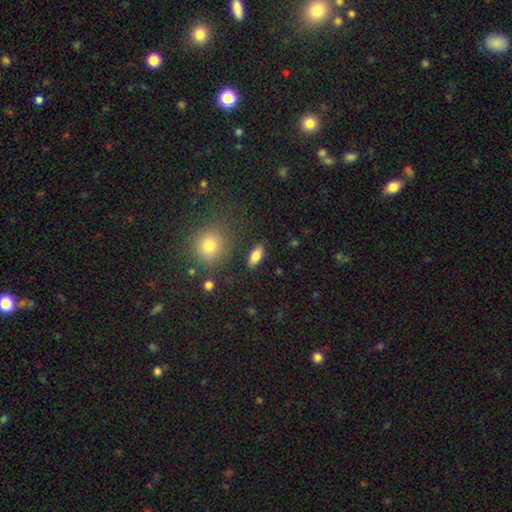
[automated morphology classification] Smooth or featured: smooth — 81% (featured or disk — 11%)
How rounded: in between — 85% (cigar-shaped — 10%)
Merging: none — 86% (minor disturbance — 9%)